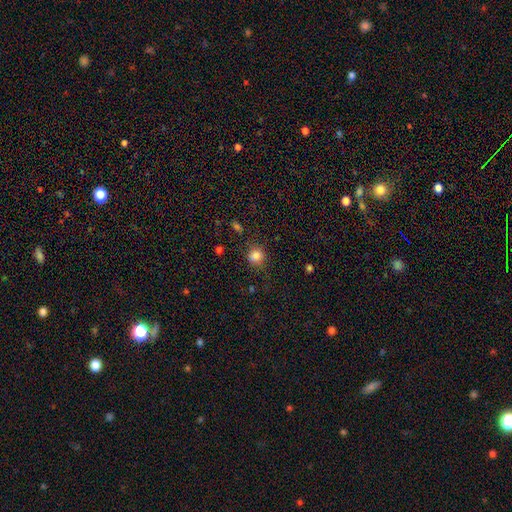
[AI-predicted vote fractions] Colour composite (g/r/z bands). It shows a smooth galaxy with no disk features (83%) that is round (82%). Merging: none (79%).